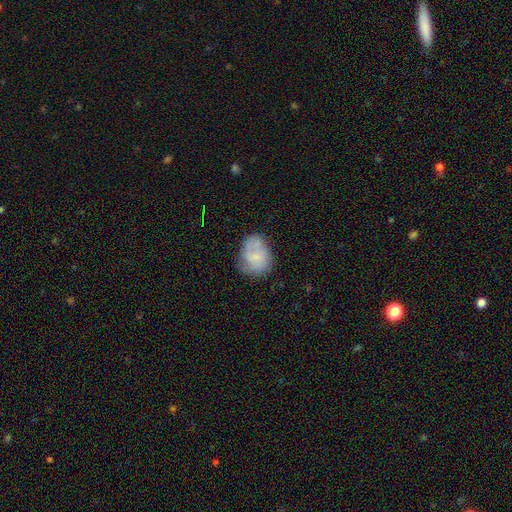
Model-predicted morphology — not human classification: Smooth or featured?
  - smooth: 63% *
  - featured or disk: 29%
  - star or artifact: 8%
How rounded?
  - in between: 59% *
  - round: 40%
  - cigar-shaped: 1%
Merging?
  - none: 51% *
  - minor disturbance: 32%
  - major disturbance: 12%
  - merger: 5%